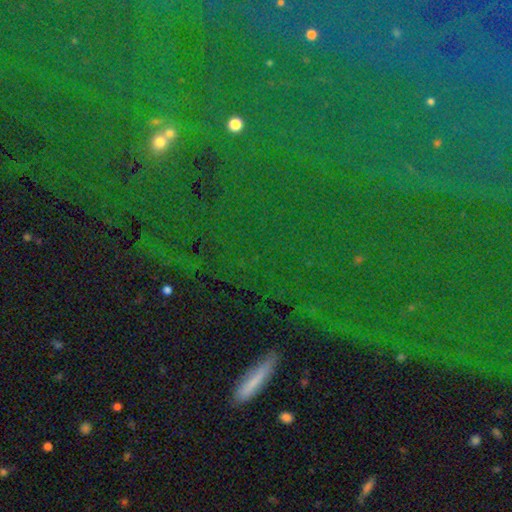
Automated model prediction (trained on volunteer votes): A star or artifact, not a galaxy (67%).